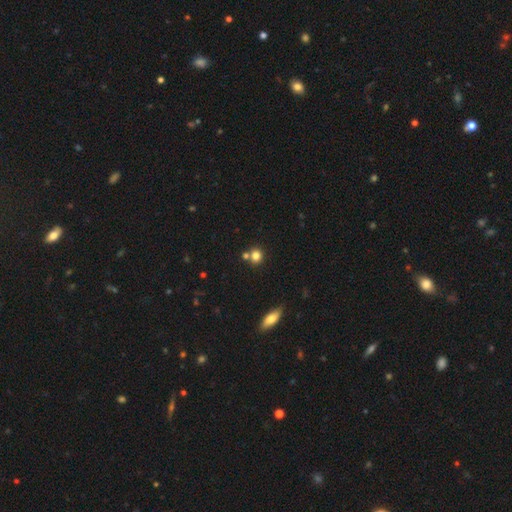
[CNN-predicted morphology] smooth_or_featured: smooth (p=0.79) [alt: star or artifact p=0.12]
how_rounded: round (p=0.82) [alt: in between p=0.17]
merging: none (p=0.64) [alt: merger p=0.25]